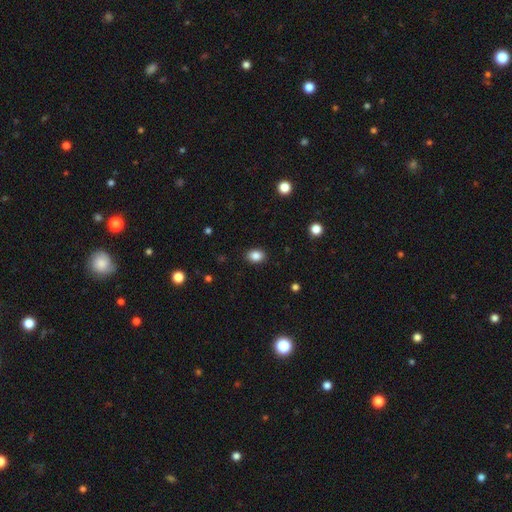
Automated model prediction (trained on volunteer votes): Q: Smooth or featured?
A: smooth (86%); runner-up: star or artifact (10%)
Q: How rounded?
A: in between (67%); runner-up: round (32%)
Q: Merging?
A: none (90%); runner-up: minor disturbance (7%)